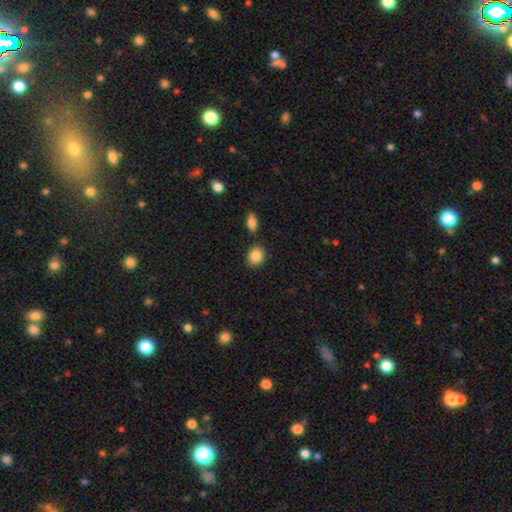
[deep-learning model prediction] smooth_or_featured: smooth (p=0.88) [alt: star or artifact p=0.07]
how_rounded: round (p=0.52) [alt: in between p=0.47]
merging: none (p=0.80) [alt: minor disturbance p=0.10]